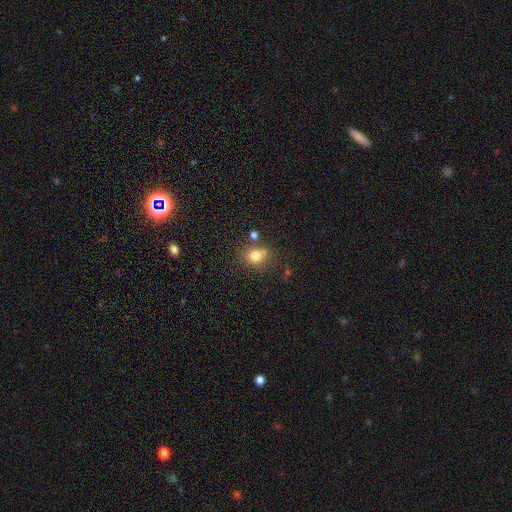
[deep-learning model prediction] The model was most divided on "how rounded": round: 66%, in between: 33%, cigar-shaped: 1%. More confident: smooth or featured — smooth (79%); merging — none (62%).